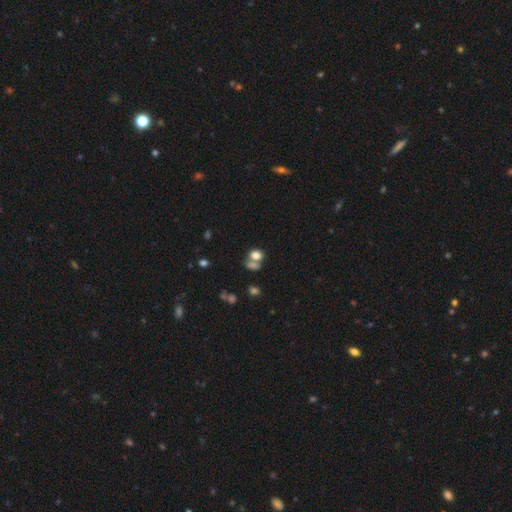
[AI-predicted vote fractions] This is likely a smooth galaxy (77%). How rounded: possibly in between (54%). Merging: marginally merger (43%).